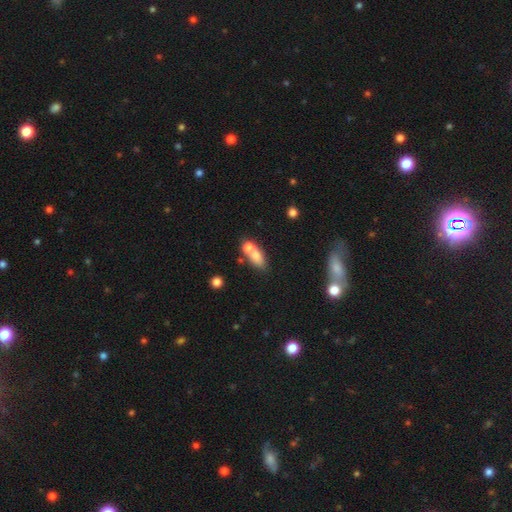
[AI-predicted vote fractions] smooth_or_featured: smooth (p=0.69) [alt: featured or disk p=0.21]
how_rounded: in between (p=0.69) [alt: round p=0.19]
merging: merger (p=0.57) [alt: none p=0.29]